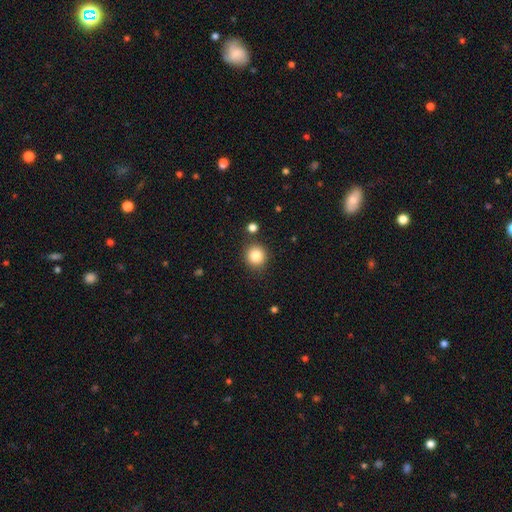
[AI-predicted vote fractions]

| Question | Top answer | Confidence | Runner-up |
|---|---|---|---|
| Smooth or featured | smooth | 84% | star or artifact (10%) |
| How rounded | round | 91% | in between (8%) |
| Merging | none | 86% | minor disturbance (7%) |